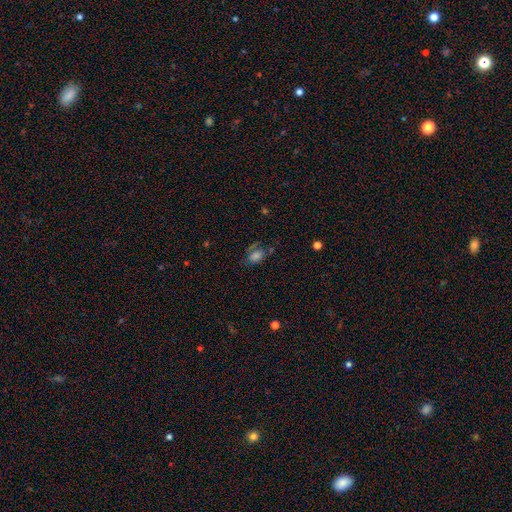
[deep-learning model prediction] This is likely a smooth galaxy (61%). How rounded: likely in between (79%). Merging: possibly none (51%).